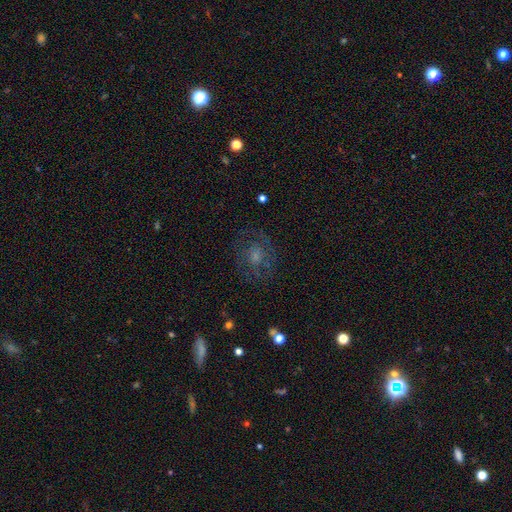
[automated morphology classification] type=featured or disk (48%); merging=none (71%).